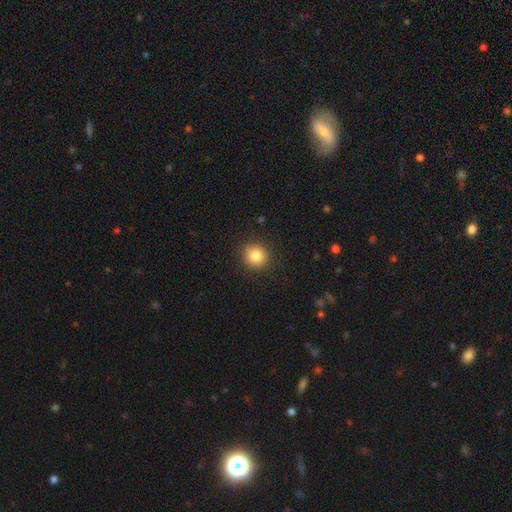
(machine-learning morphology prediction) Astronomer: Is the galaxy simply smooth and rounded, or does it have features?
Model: smooth — 84%.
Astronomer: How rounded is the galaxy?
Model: round — 91%.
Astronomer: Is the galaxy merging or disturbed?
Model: none — 91%.